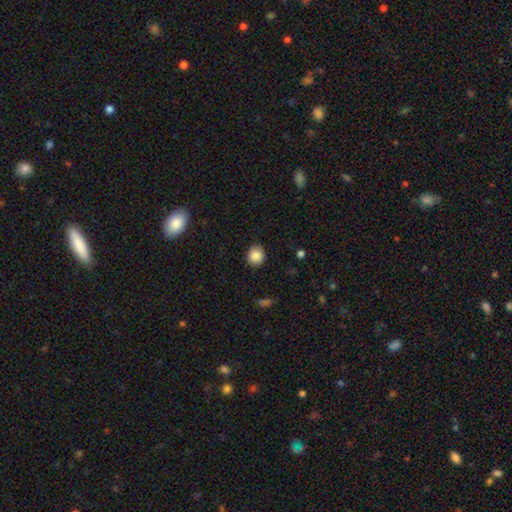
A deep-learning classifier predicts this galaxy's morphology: A smooth galaxy with no disk features (87%) that is round (73%).

Vote fractions:
- Smooth or featured? smooth: 87% / star or artifact: 9% / featured or disk: 4%
- How rounded? round: 73% / in between: 26% / cigar-shaped: 1%
- Merging? none: 87% / minor disturbance: 10% / major disturbance: 2% / merger: 1%